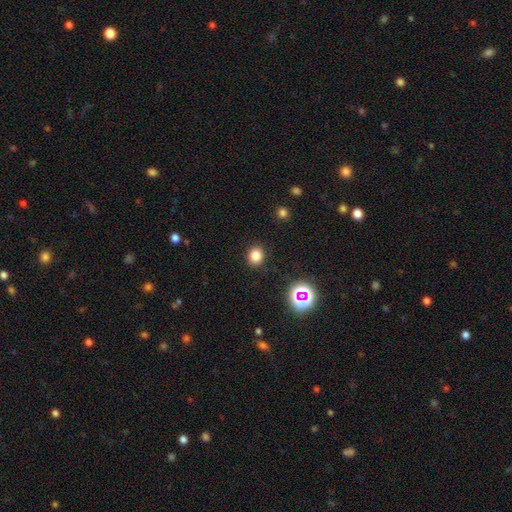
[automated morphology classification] A smooth galaxy with no disk features (79%) that is round (67%). Merging: none (90%).